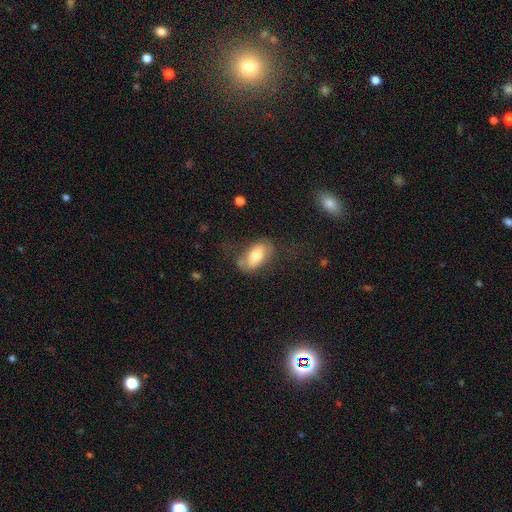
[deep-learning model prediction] Smooth or featured: smooth — 66% (featured or disk — 28%)
How rounded: in between — 90% (round — 5%)
Merging: none — 56% (minor disturbance — 24%)